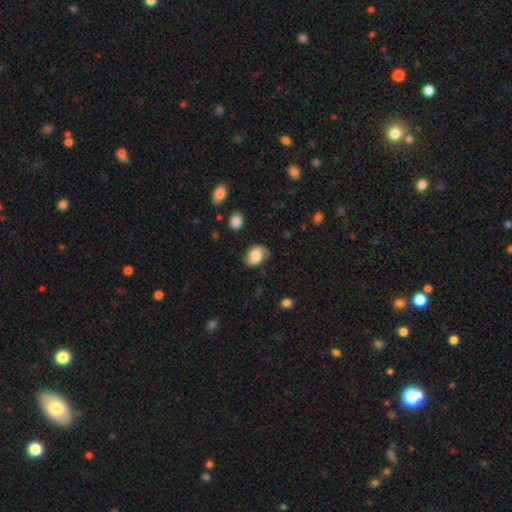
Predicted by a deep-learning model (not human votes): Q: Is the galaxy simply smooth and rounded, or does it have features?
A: smooth — 48%.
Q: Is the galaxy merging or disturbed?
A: none — 70%.